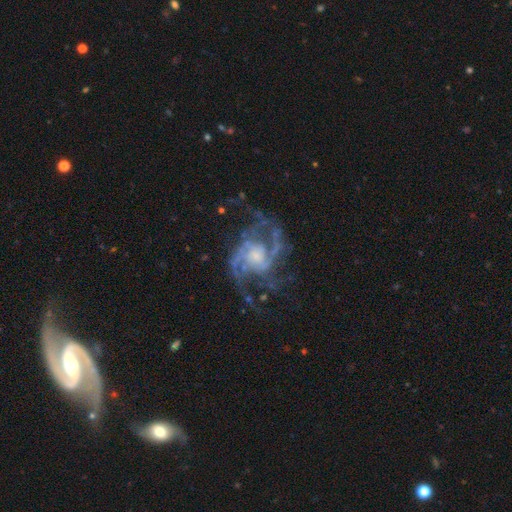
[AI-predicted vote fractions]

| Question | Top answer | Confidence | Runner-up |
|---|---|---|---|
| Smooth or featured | featured or disk | 90% | star or artifact (6%) |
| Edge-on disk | no | 98% | yes (2%) |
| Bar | no | 62% | weak (30%) |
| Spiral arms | yes | 97% | no (3%) |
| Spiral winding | medium | 55% | loose (25%) |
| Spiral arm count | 2 | 59% | 3 (16%) |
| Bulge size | small | 37% | tied: moderate (37%) |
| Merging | none | 63% | major disturbance (19%) |